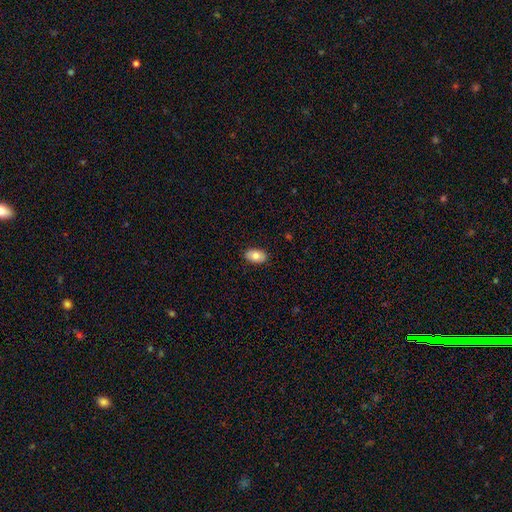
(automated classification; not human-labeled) This is clearly a smooth galaxy (82%). How rounded: clearly in between (92%). Merging: clearly none (89%).